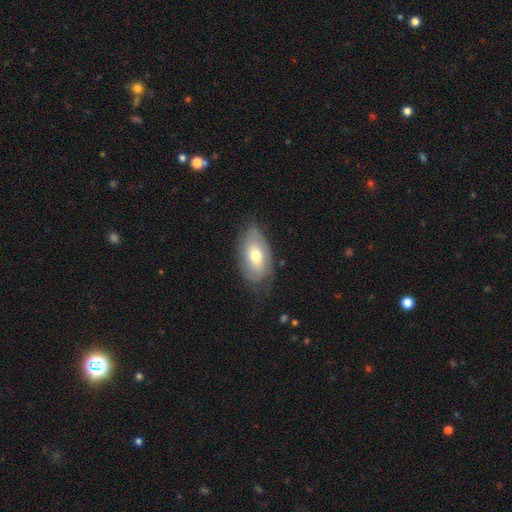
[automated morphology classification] Q: Smooth or featured?
A: smooth (57%); runner-up: featured or disk (36%)
Q: How rounded?
A: in between (92%); runner-up: round (6%)
Q: Merging?
A: none (67%); runner-up: minor disturbance (24%)